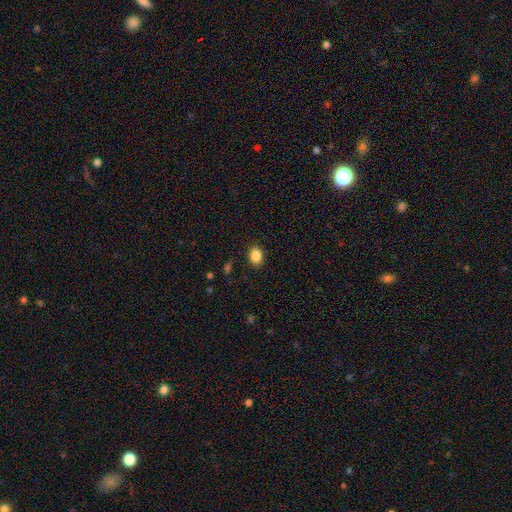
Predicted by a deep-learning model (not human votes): Smooth or featured? Predicted: smooth (p=0.87). How rounded? Predicted: in between (p=0.61). Merging? Predicted: none (p=0.87).